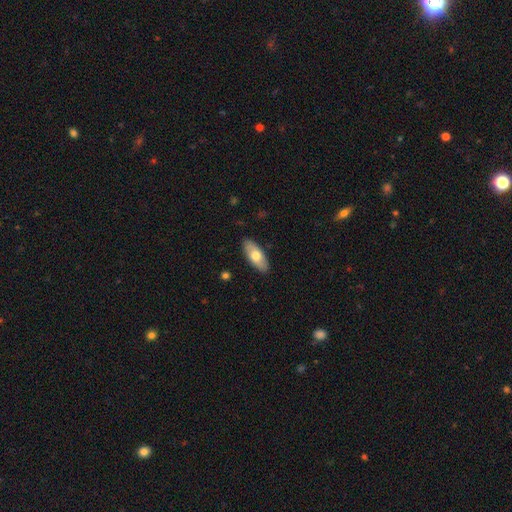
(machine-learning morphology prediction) smooth 66%, featured or disk 28%, star or artifact 5%. Down the decision tree: how rounded — in between (84%); merging — none (88%).